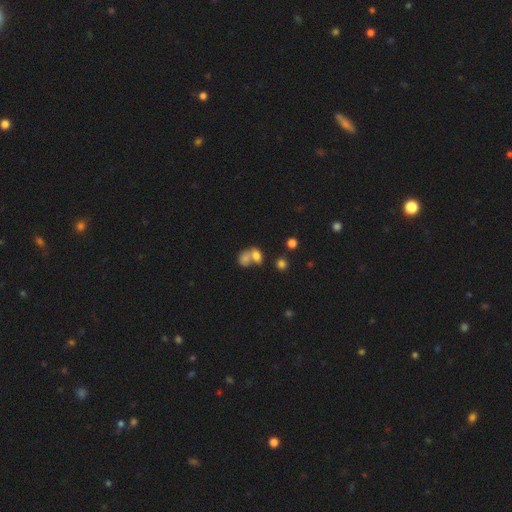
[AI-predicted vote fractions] smooth-or-featured: smooth: 67% | featured or disk: 17% | star or artifact: 16%
  how-rounded: in between: 60% | round: 38% | cigar-shaped: 2%
  merging: merger: 61% | none: 26% | minor disturbance: 7% | major disturbance: 5%